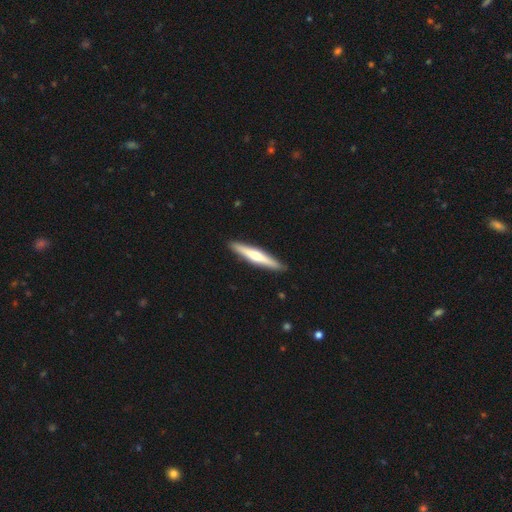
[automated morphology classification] A featured or disk galaxy (53%) viewed edge-on (97%) with a rounded central bulge (80%). Merging: none (91%).